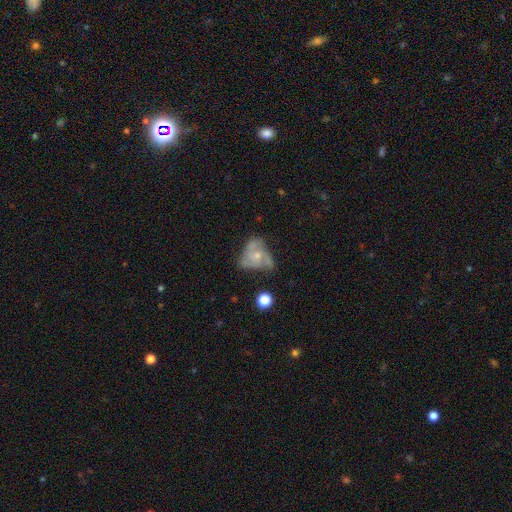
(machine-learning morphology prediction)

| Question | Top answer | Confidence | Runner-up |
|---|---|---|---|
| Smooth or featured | featured or disk | 62% | smooth (29%) |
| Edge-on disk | no | 97% | yes (3%) |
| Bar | no | 81% | weak (16%) |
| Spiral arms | yes | 68% | no (32%) |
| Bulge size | small | 60% | moderate (29%) |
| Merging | none | 32% | major disturbance (29%) |